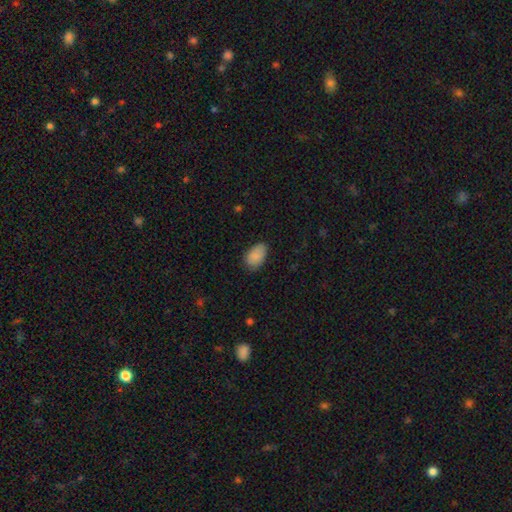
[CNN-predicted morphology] smooth 88%, star or artifact 7%, featured or disk 5%. Down the decision tree: how rounded — in between (91%); merging — none (77%).